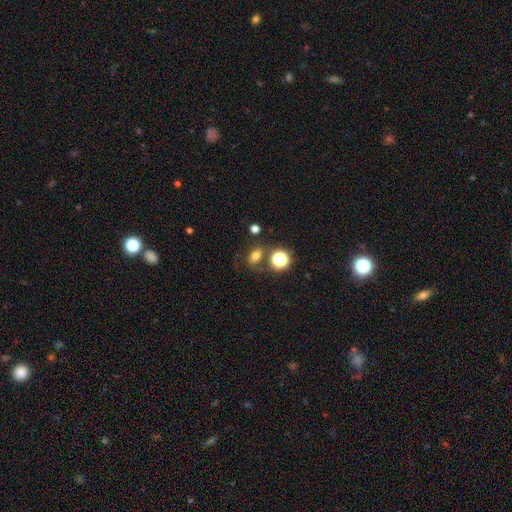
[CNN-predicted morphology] Smooth or featured? Predicted: smooth (p=0.68). How rounded? Predicted: in between (p=0.61). Merging? Predicted: none (p=0.69).